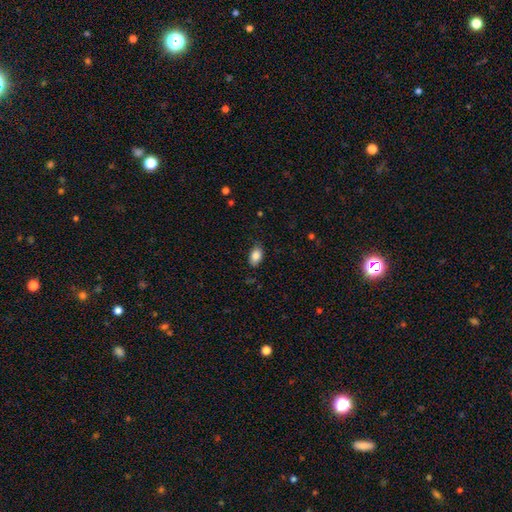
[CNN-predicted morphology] smooth-or-featured: smooth: 85% | star or artifact: 8% | featured or disk: 7%
  how-rounded: in between: 90% | round: 8% | cigar-shaped: 2%
  merging: none: 79% | minor disturbance: 16% | major disturbance: 3% | merger: 1%